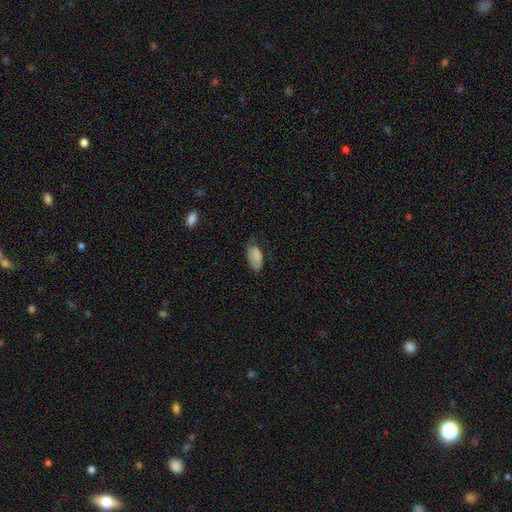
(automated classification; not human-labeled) smooth-or-featured: smooth: 77% | featured or disk: 14% | star or artifact: 8%
  how-rounded: in between: 93% | cigar-shaped: 3% | round: 3%
  merging: none: 44% | minor disturbance: 36% | major disturbance: 18% | merger: 2%